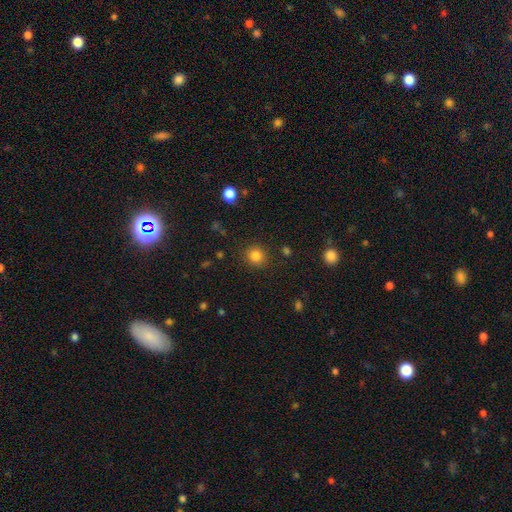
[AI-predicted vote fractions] Smooth or featured? smooth (83%)
How rounded? round (89%)
Merging? none (88%)